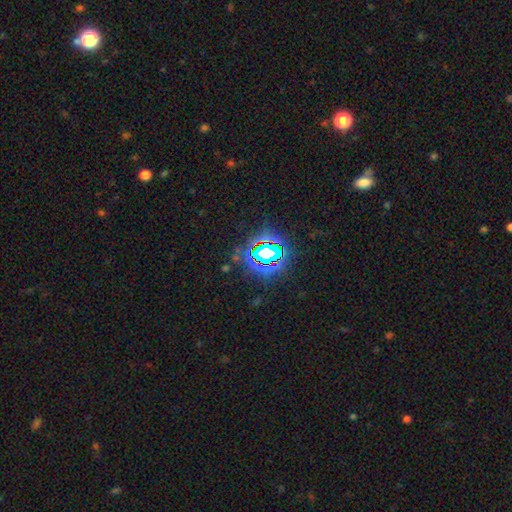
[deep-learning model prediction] This is likely a star or artifact rather than a galaxy (79%).